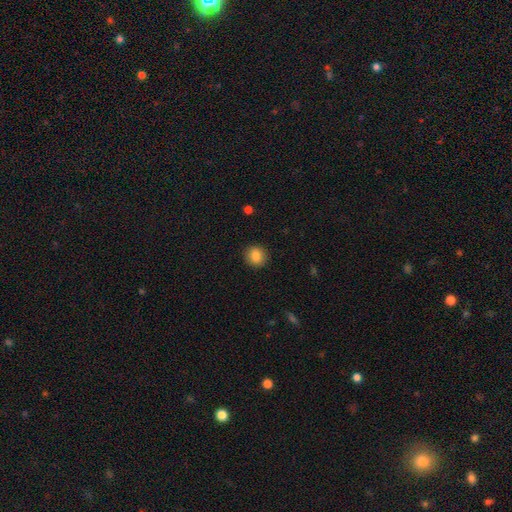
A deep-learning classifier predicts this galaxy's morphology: Smooth or featured: smooth — 85% (star or artifact — 9%)
How rounded: round — 85% (in between — 14%)
Merging: none — 91% (minor disturbance — 6%)